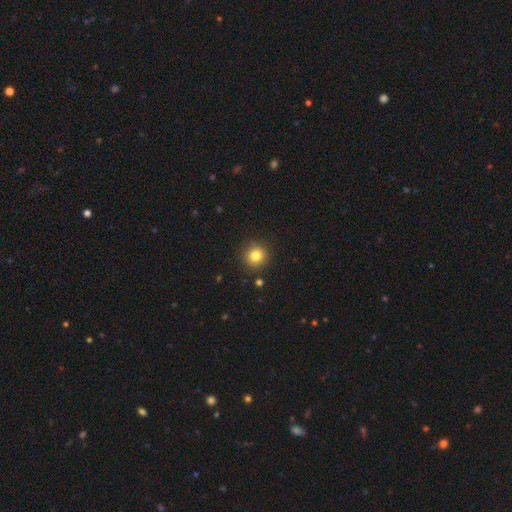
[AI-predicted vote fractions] Smooth or featured? smooth (82%)
How rounded? round (94%)
Merging? none (90%)